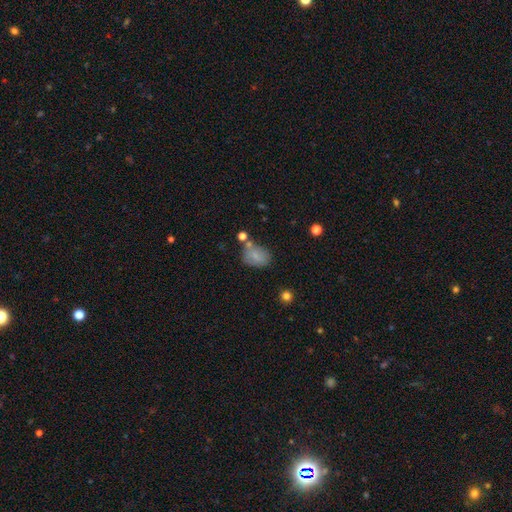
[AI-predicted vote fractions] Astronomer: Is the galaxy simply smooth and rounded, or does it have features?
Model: smooth — 74%.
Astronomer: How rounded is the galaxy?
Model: in between — 74%.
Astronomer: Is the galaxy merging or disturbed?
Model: none — 52%.